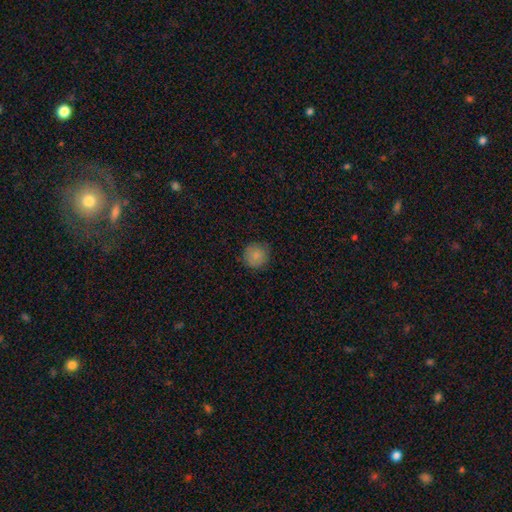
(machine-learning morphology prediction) Smooth or featured? Predicted: smooth (p=0.85). How rounded? Predicted: round (p=0.93). Merging? Predicted: none (p=0.84).